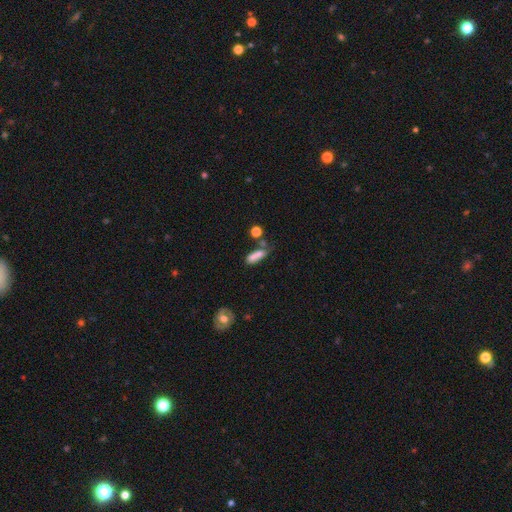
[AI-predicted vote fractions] Smooth or featured? smooth (76%)
How rounded? cigar-shaped (54%)
Merging? none (49%)